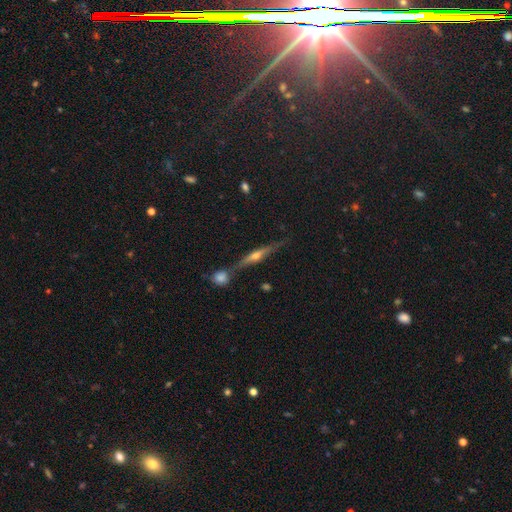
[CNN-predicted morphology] A featured or disk galaxy (75%) viewed edge-on (96%) with a rounded central bulge (88%).

Vote fractions:
- Smooth or featured? featured or disk: 75% / smooth: 14% / star or artifact: 11%
- Edge-on disk? yes: 96% / no: 4%
- Edge-on bulge? rounded: 88% / none: 6% / boxy: 5%
- Merging? none: 73% / merger: 13% / minor disturbance: 11% / major disturbance: 3%